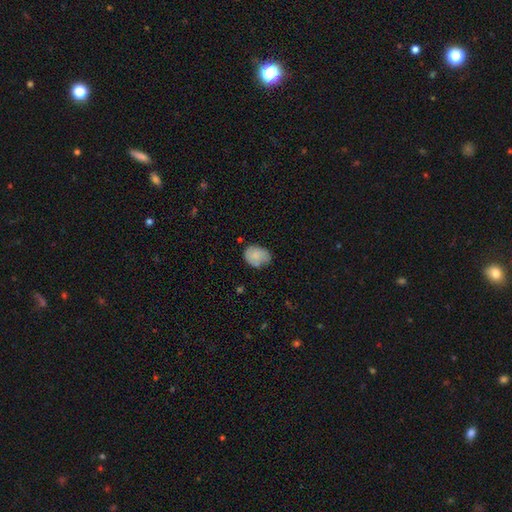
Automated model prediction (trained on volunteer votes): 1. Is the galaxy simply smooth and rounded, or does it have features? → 78% smooth, 15% featured or disk, 7% star or artifact.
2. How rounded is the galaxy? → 66% in between, 33% round, 1% cigar-shaped.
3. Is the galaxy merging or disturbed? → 61% none, 31% minor disturbance, 6% major disturbance, 3% merger.